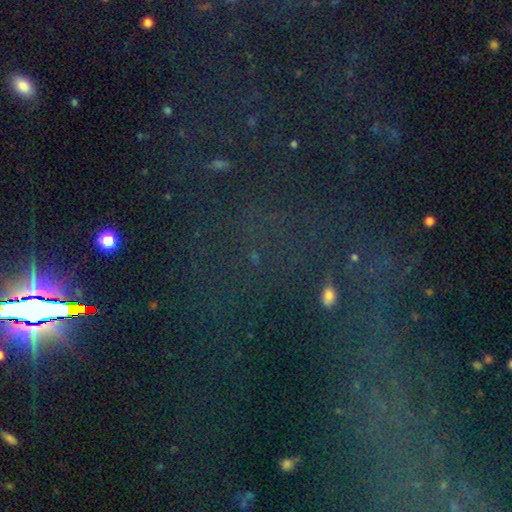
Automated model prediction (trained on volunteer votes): smooth_or_featured: star or artifact (p=0.80) [alt: smooth p=0.10]